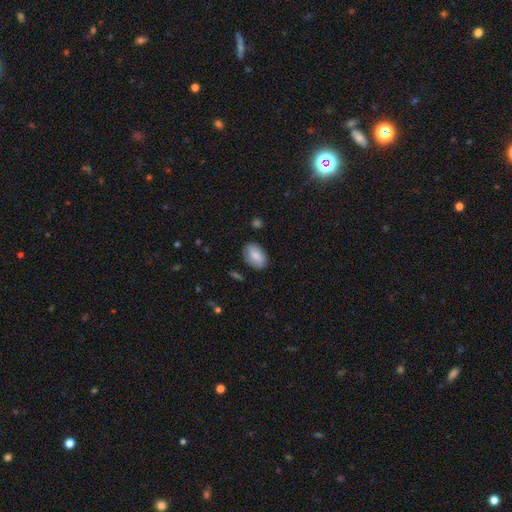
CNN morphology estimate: Smooth or featured? smooth (80%)
How rounded? in between (89%)
Merging? none (81%)